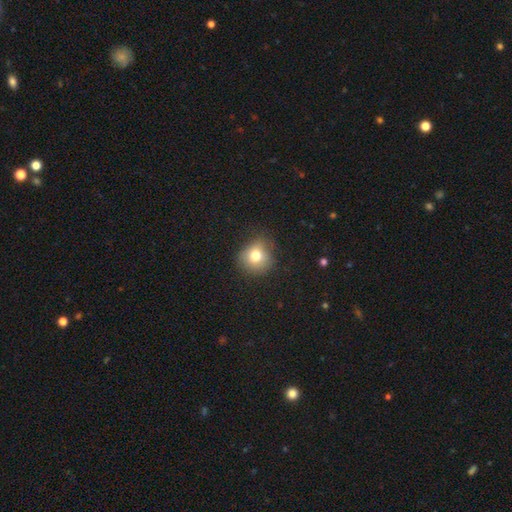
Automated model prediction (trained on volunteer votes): Smooth or featured: smooth — 76% (star or artifact — 12%)
How rounded: round — 83% (in between — 16%)
Merging: none — 73% (minor disturbance — 20%)